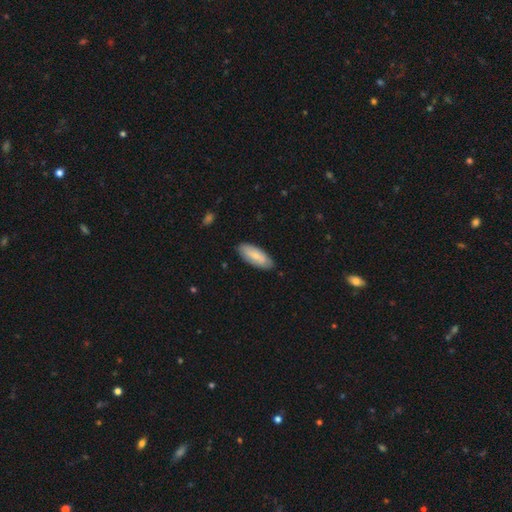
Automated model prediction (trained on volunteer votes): smooth_or_featured: smooth (p=0.70) [alt: featured or disk p=0.25]
how_rounded: in between (p=0.82) [alt: cigar-shaped p=0.16]
merging: none (p=0.85) [alt: minor disturbance p=0.12]